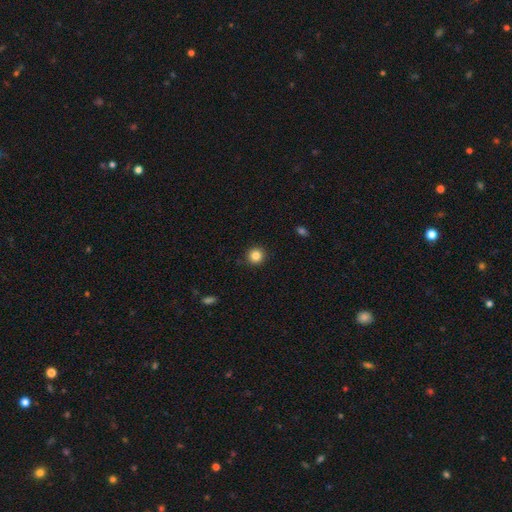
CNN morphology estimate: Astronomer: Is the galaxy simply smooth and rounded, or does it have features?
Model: smooth — 84%.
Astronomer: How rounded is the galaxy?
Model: round — 94%.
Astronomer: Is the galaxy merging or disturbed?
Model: none — 91%.